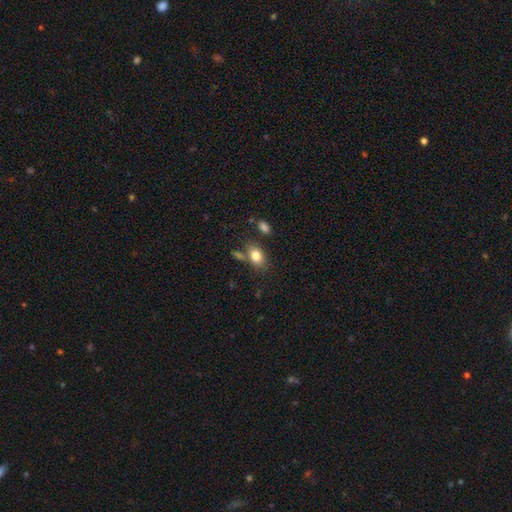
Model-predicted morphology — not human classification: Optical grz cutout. It shows a smooth galaxy with no disk features (81%) that is in between round and cigar-shaped (79%). Merging: none (67%).